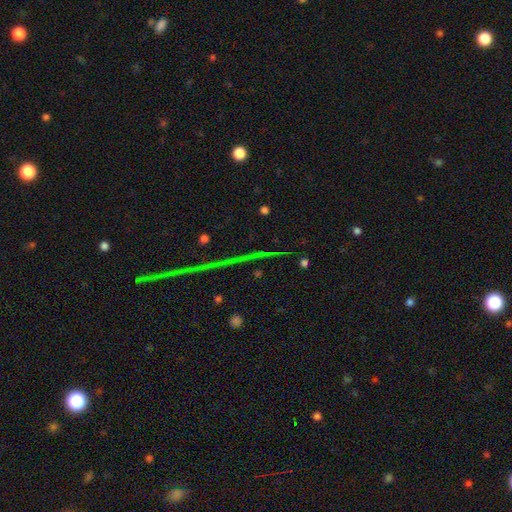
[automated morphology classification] Smooth or featured? Predicted: star or artifact (p=0.76).